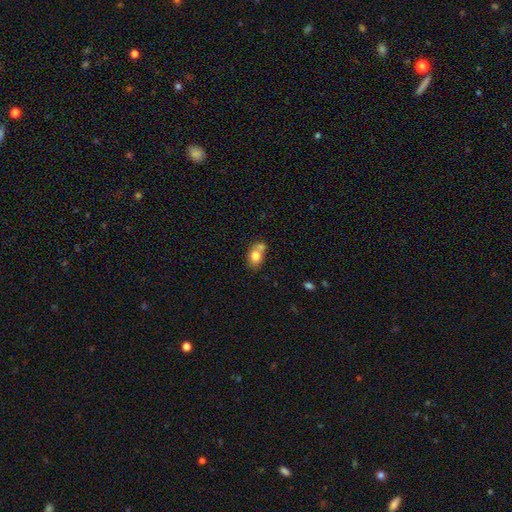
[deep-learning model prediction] smooth 76%, featured or disk 15%, star or artifact 9%. Down the decision tree: how rounded — in between (63%); merging — merger (45%).